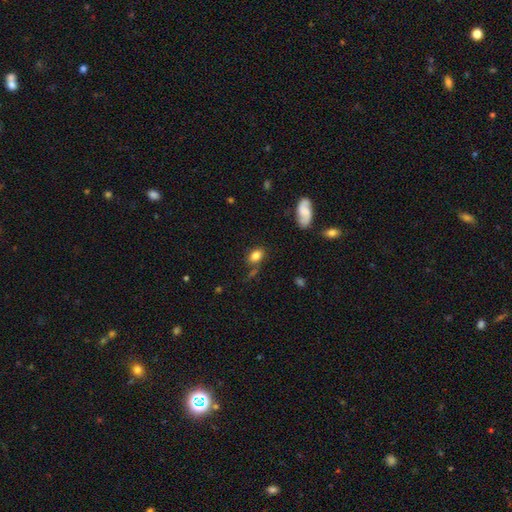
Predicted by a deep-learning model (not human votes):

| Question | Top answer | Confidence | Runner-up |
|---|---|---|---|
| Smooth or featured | smooth | 81% | star or artifact (10%) |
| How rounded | in between | 78% | round (19%) |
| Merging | none | 68% | minor disturbance (18%) |